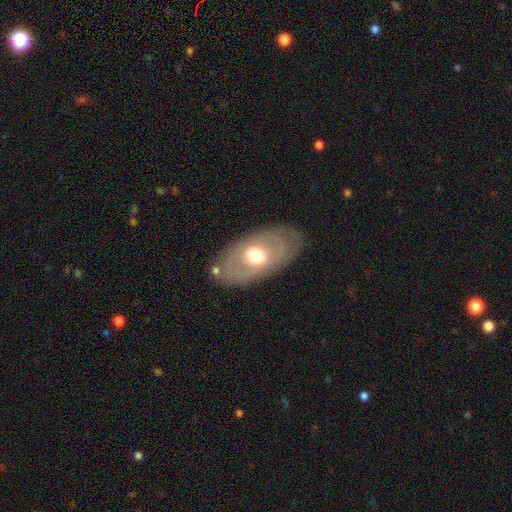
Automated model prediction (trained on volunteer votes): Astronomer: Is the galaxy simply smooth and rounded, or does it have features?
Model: featured or disk — 48% (runner-up: smooth, 46%).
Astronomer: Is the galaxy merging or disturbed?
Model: none — 80%.